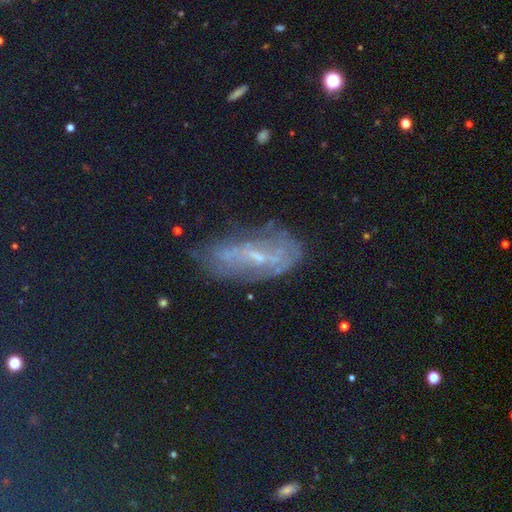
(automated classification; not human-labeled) A star or artifact, not a galaxy (50%).

Vote fractions:
- Smooth or featured? star or artifact: 50% / featured or disk: 28% / smooth: 22%